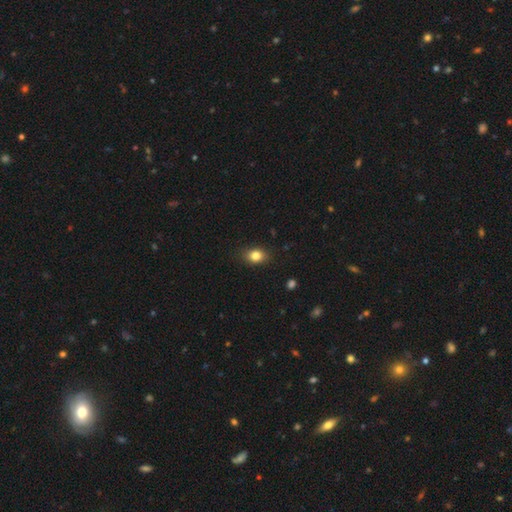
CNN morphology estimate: A smooth galaxy with no disk features (83%) that is in between round and cigar-shaped (63%).

Vote fractions:
- Smooth or featured? smooth: 83% / star or artifact: 10% / featured or disk: 7%
- How rounded? in between: 63% / round: 36% / cigar-shaped: 1%
- Merging? none: 84% / minor disturbance: 12% / major disturbance: 3% / merger: 1%